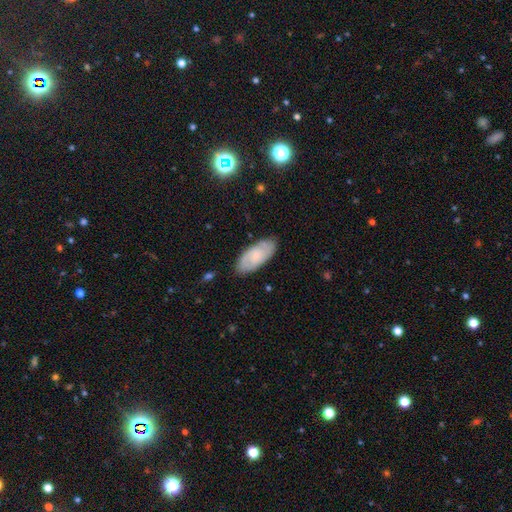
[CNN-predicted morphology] smooth-or-featured: smooth: 54% | featured or disk: 38% | star or artifact: 7%
  how-rounded: in between: 89% | cigar-shaped: 9% | round: 2%
  merging: none: 84% | minor disturbance: 12% | major disturbance: 3% | merger: 1%